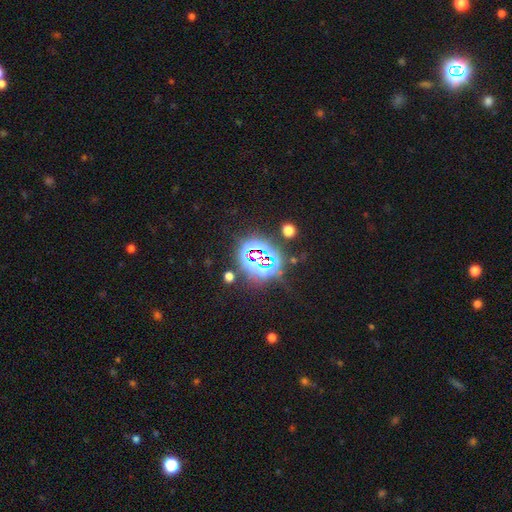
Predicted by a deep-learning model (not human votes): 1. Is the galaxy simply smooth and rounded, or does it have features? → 80% star or artifact, 12% smooth, 8% featured or disk.